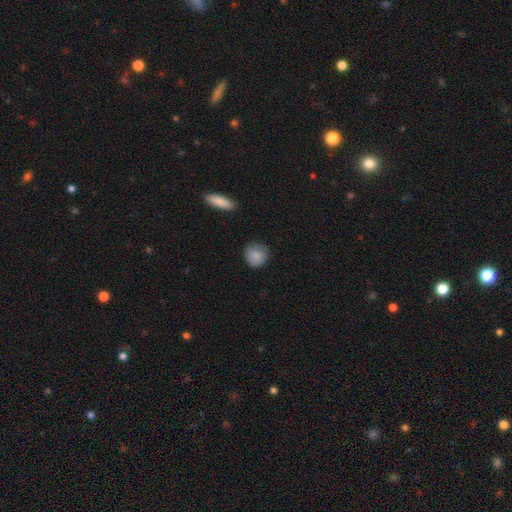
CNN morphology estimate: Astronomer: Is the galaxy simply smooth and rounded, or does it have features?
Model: smooth — 85%.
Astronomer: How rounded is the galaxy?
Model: round — 86%.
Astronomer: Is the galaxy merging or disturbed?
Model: none — 78%.